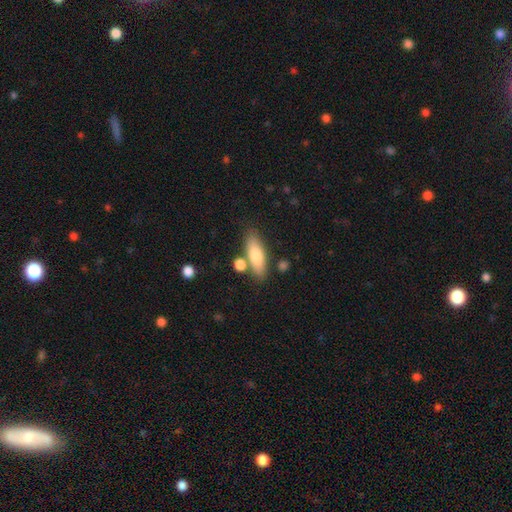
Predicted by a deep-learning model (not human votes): This is likely a smooth galaxy (74%). How rounded: possibly in between (60%). Merging: likely none (74%).